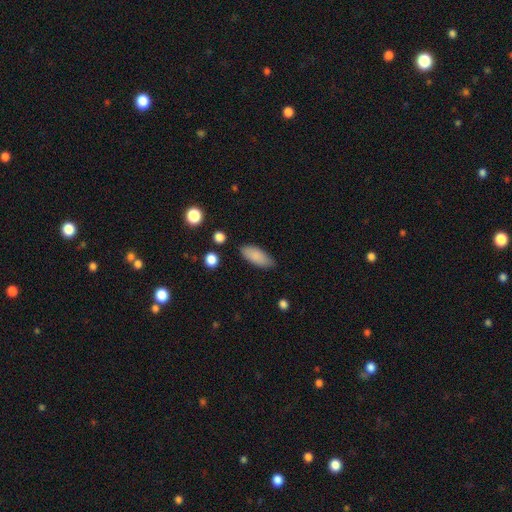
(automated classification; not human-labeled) A smooth galaxy with no disk features (86%) that is in between round and cigar-shaped (81%).

Vote fractions:
- Smooth or featured? smooth: 86% / featured or disk: 7% / star or artifact: 6%
- How rounded? in between: 81% / cigar-shaped: 17% / round: 2%
- Merging? none: 82% / minor disturbance: 14% / major disturbance: 3% / merger: 2%